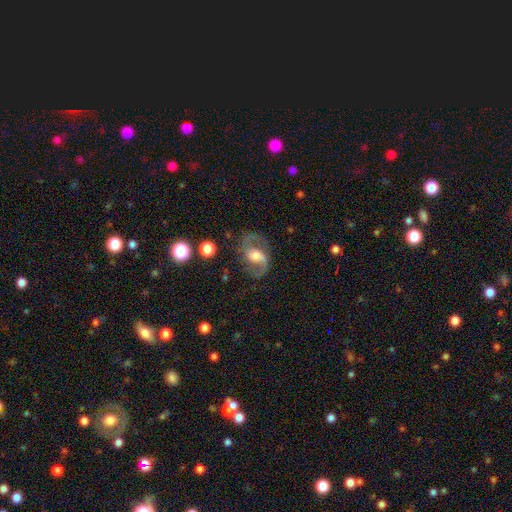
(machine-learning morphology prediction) smooth_or_featured: featured or disk (p=0.83) [alt: smooth p=0.10]
disk_edge_on: no (p=0.97) [alt: yes p=0.03]
bar: weak (p=0.43) [alt: no p=0.39]
has_spiral_arms: yes (p=0.95) [alt: no p=0.05]
spiral_winding: medium (p=0.52) [alt: loose p=0.38]
spiral_arm_count: 2 (p=0.91) [alt: 1 p=0.04]
bulge_size: moderate (p=0.56) [alt: small p=0.21]
merging: none (p=0.71) [alt: minor disturbance p=0.15]